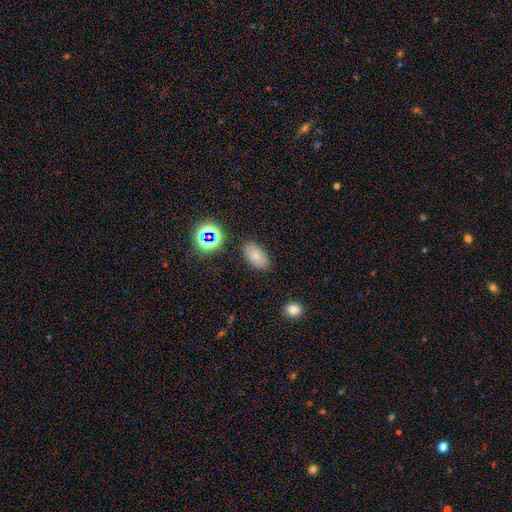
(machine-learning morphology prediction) A smooth galaxy with no disk features (75%) that is in between round and cigar-shaped (91%). Merging: none (82%).